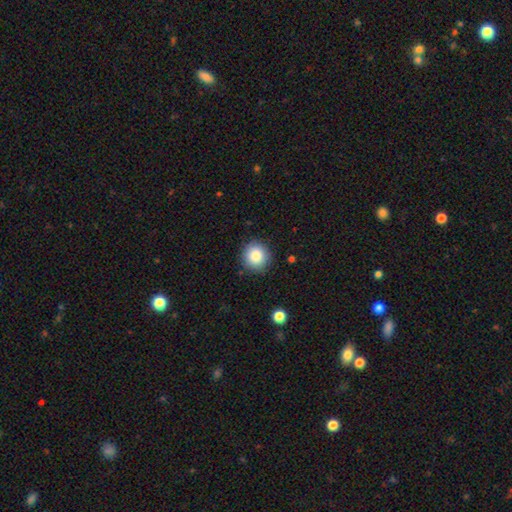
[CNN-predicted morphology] Smooth or featured? smooth (85%)
How rounded? round (92%)
Merging? none (88%)